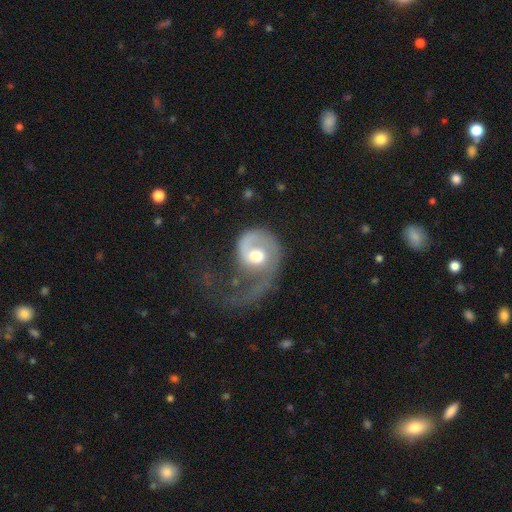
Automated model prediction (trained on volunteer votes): Smooth or featured? featured or disk (74%)
Edge-on disk? no (98%)
Bar? no (73%)
Spiral arms? yes (89%)
Spiral winding? loose (44%)
Spiral arm count? 1 (85%)
Bulge size? moderate (57%)
Merging? major disturbance (55%)